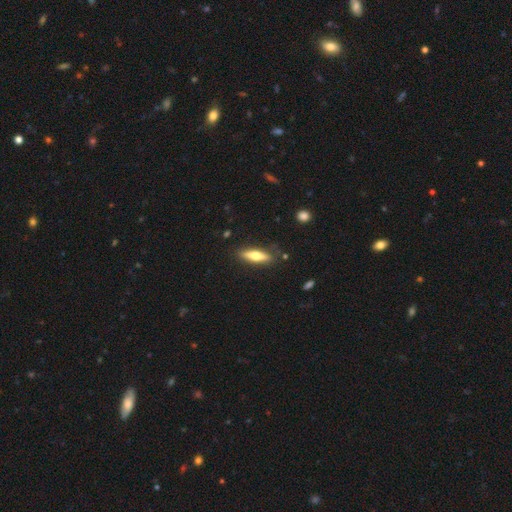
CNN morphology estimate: type=smooth (54%); roundness=cigar-shaped (69%); merging=none (84%).